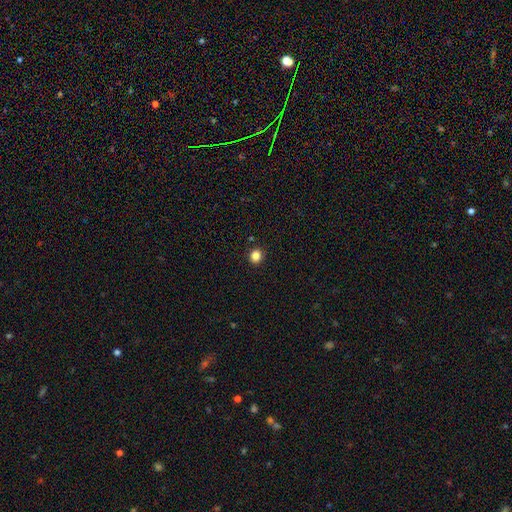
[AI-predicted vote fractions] smooth 84%, star or artifact 12%, featured or disk 4%. Down the decision tree: how rounded — round (79%); merging — none (91%).